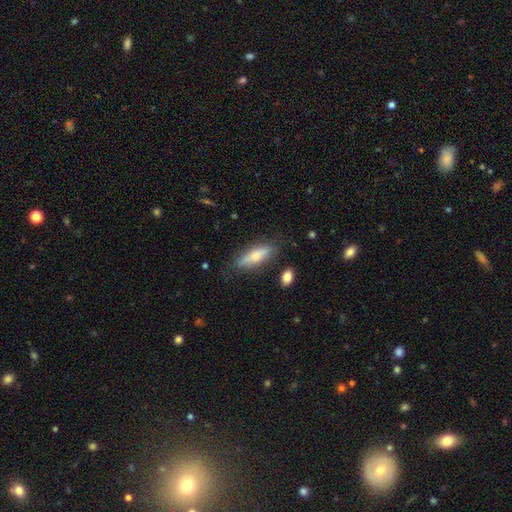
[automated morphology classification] Q: Smooth or featured?
A: smooth (55%); runner-up: featured or disk (38%)
Q: How rounded?
A: cigar-shaped (59%); runner-up: in between (39%)
Q: Merging?
A: none (79%); runner-up: minor disturbance (15%)